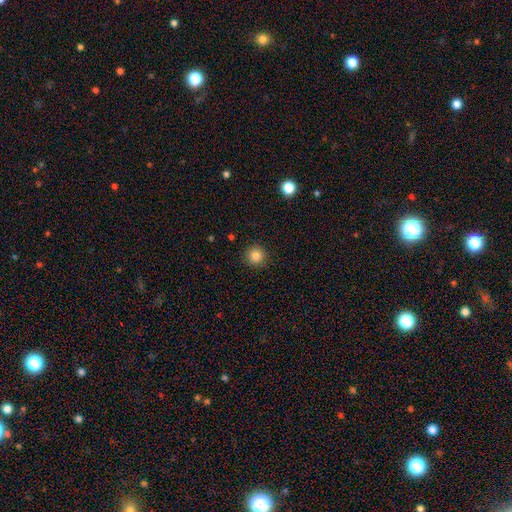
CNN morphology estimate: A smooth galaxy with no disk features (84%) that is round (95%).

Vote fractions:
- Smooth or featured? smooth: 84% / star or artifact: 11% / featured or disk: 5%
- How rounded? round: 95% / in between: 4% / cigar-shaped: 1%
- Merging? none: 91% / minor disturbance: 6% / major disturbance: 2% / merger: 1%